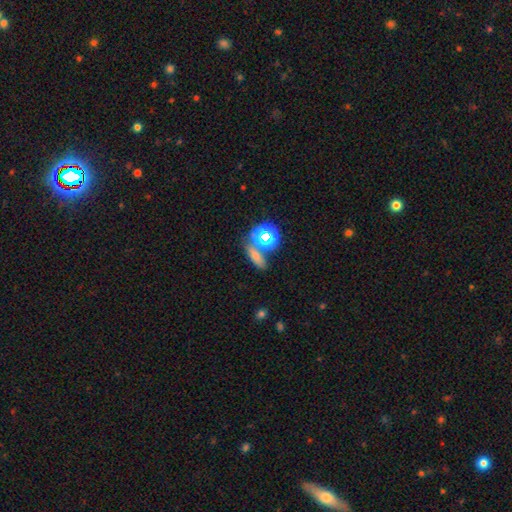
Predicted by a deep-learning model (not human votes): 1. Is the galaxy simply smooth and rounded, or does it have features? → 64% smooth, 25% star or artifact, 11% featured or disk.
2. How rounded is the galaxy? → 53% in between, 29% cigar-shaped, 18% round.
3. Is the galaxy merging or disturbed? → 65% none, 19% merger, 11% minor disturbance, 5% major disturbance.